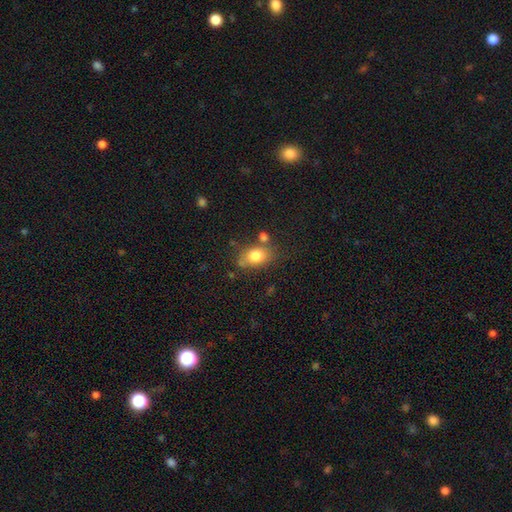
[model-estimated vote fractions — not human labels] smooth 80%, featured or disk 11%, star or artifact 9%. Down the decision tree: how rounded — in between (72%); merging — none (63%).